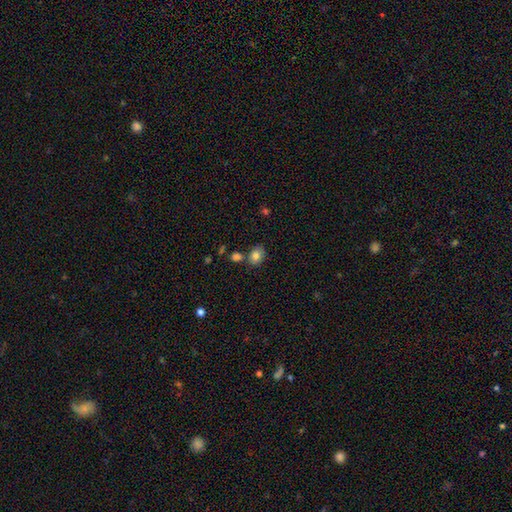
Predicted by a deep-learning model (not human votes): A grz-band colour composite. It shows a smooth galaxy with no disk features (82%) that is in between round and cigar-shaped (68%). Merging: none (66%).